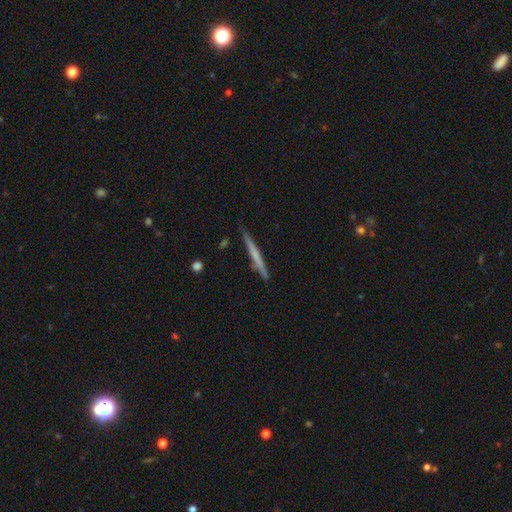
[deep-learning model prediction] Smooth or featured? Predicted: smooth (p=0.49). Merging? Predicted: none (p=0.87).